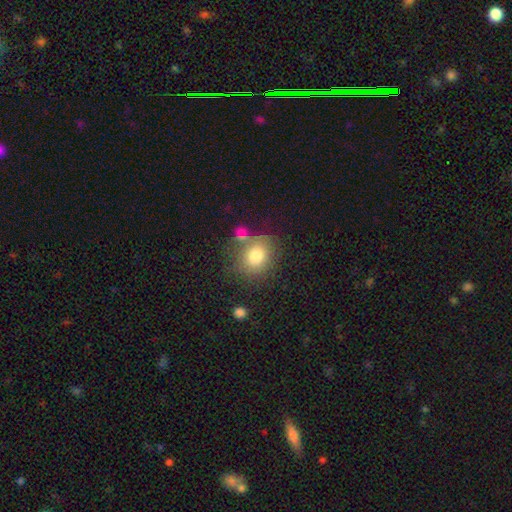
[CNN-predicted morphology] The model was most divided on "how rounded": round: 67%, in between: 32%, cigar-shaped: 1%. More confident: smooth or featured — smooth (78%); merging — none (67%).